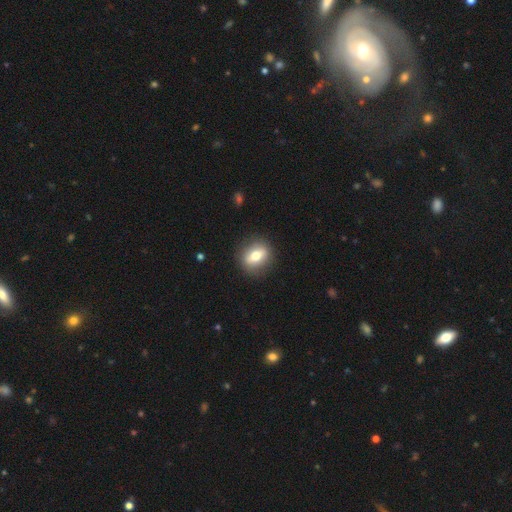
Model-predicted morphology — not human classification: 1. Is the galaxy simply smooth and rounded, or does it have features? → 62% smooth, 30% featured or disk, 8% star or artifact.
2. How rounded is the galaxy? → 51% round, 44% in between, 4% cigar-shaped.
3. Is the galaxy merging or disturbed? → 88% none, 8% minor disturbance, 3% major disturbance, 1% merger.